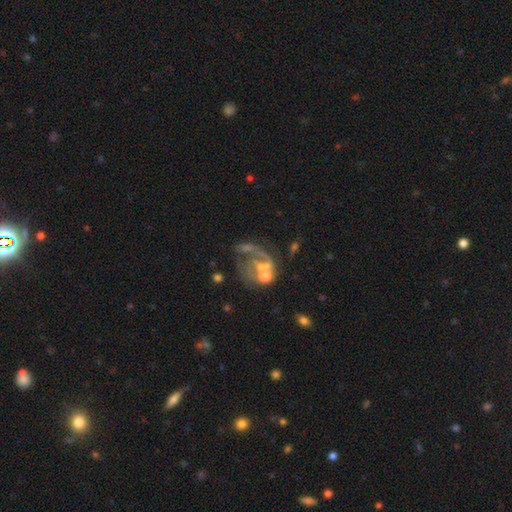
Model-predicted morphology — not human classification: featured or disk 54%, star or artifact 25%, smooth 20%. Down the decision tree: edge-on disk — no (96%); bar — no (78%); spiral arms — yes (51%); bulge size — moderate (39%); merging — major disturbance (41%).